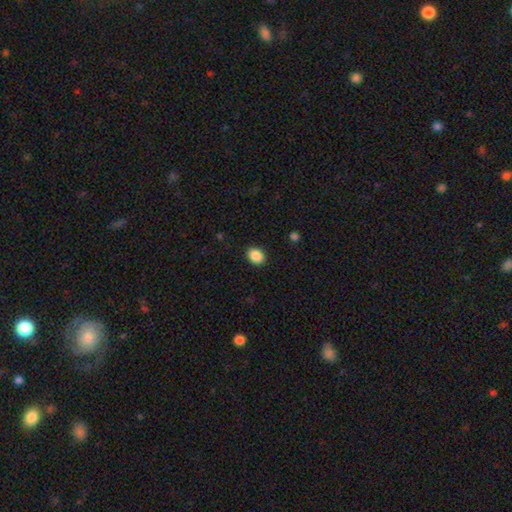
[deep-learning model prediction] This appears to be a smooth galaxy with no disk features (88%) that is in between round and cigar-shaped (57%). Merging: none (90%).